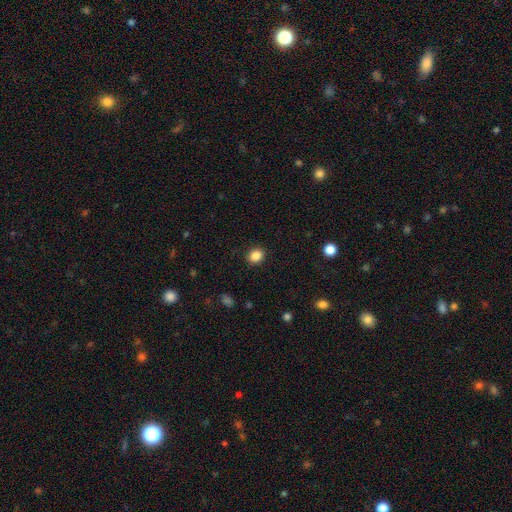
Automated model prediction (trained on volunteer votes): Morphology: type=smooth (86%); roundness=round (59%); merging=none (90%).